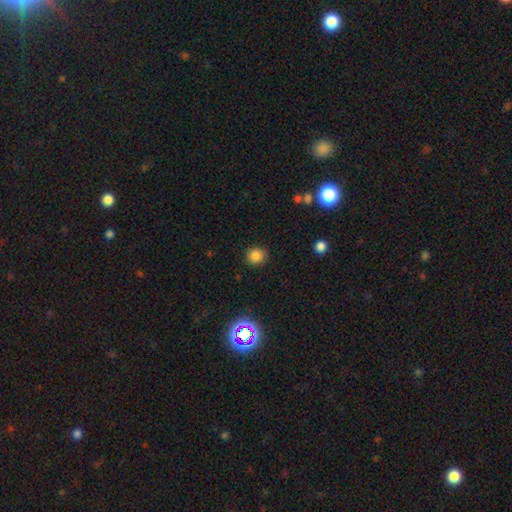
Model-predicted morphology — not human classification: A smooth galaxy with no disk features (82%) that is round (86%).

Vote fractions:
- Smooth or featured? smooth: 82% / star or artifact: 13% / featured or disk: 4%
- How rounded? round: 86% / in between: 13% / cigar-shaped: 1%
- Merging? none: 88% / minor disturbance: 8% / major disturbance: 2% / merger: 1%